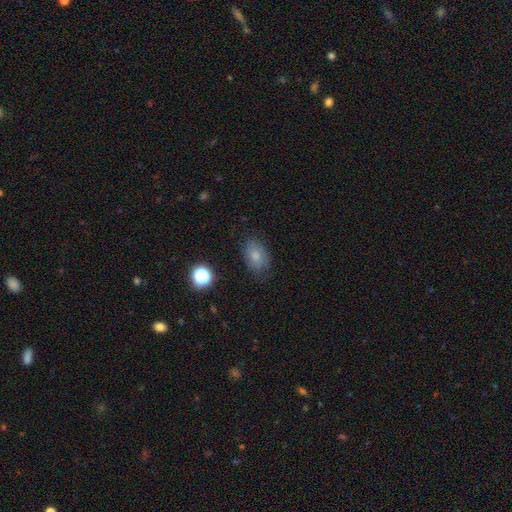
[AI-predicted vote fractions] A smooth galaxy with no disk features (76%) that is in between round and cigar-shaped (84%). Merging: none (75%).